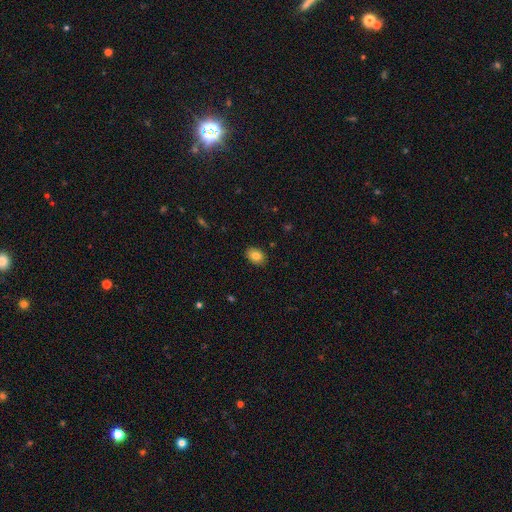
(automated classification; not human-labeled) Q: Smooth or featured?
A: smooth (83%); runner-up: star or artifact (9%)
Q: How rounded?
A: in between (70%); runner-up: round (29%)
Q: Merging?
A: none (88%); runner-up: minor disturbance (9%)